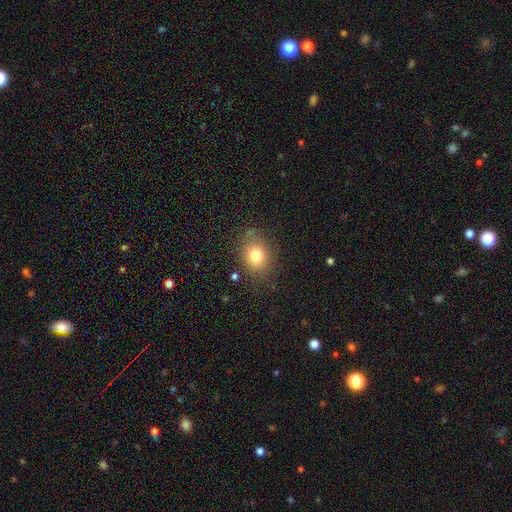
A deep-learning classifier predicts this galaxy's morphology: Overall: smooth (78%). How rounded: round (51%; in between 48%). Merging: none (78%).